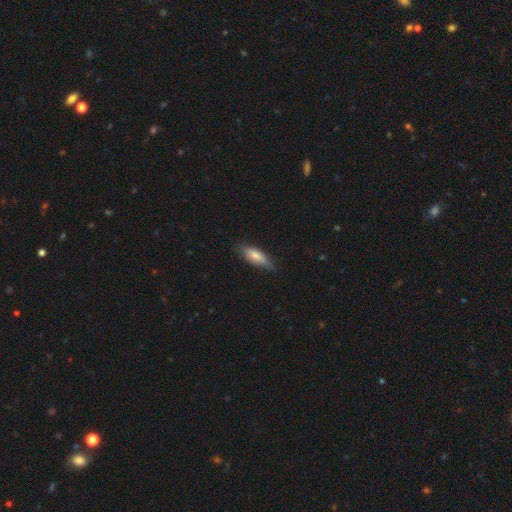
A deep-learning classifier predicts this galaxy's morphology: smooth-or-featured: smooth: 76% | featured or disk: 18% | star or artifact: 6%
  how-rounded: in between: 62% | cigar-shaped: 36% | round: 2%
  merging: none: 72% | minor disturbance: 23% | major disturbance: 4% | merger: 1%